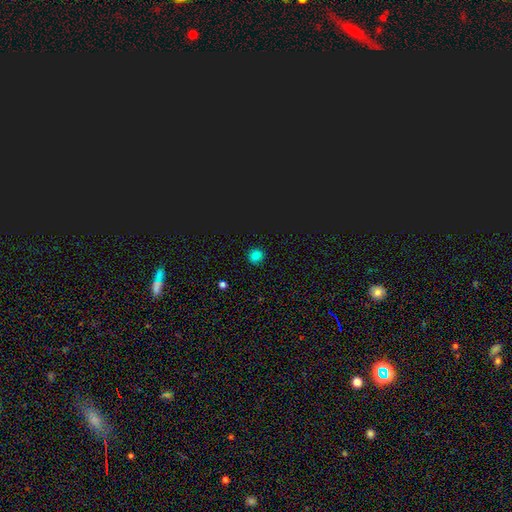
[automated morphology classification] This is likely a smooth galaxy (78%). How rounded: clearly round (93%). Merging: clearly none (90%).